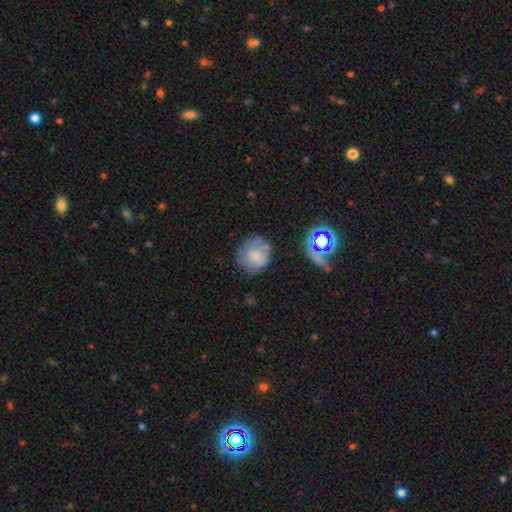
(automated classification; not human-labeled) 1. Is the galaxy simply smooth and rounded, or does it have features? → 59% smooth, 30% featured or disk, 11% star or artifact.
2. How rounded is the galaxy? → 83% round, 16% in between, 1% cigar-shaped.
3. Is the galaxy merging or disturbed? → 66% none, 21% minor disturbance, 9% major disturbance, 5% merger.